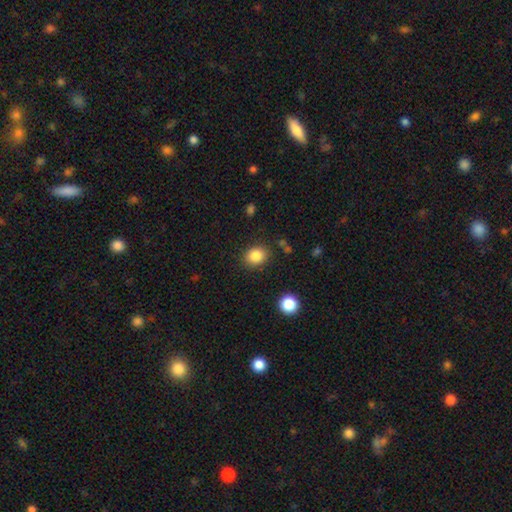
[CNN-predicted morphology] smooth 85%, star or artifact 10%, featured or disk 5%. Down the decision tree: how rounded — round (58%); merging — none (85%).